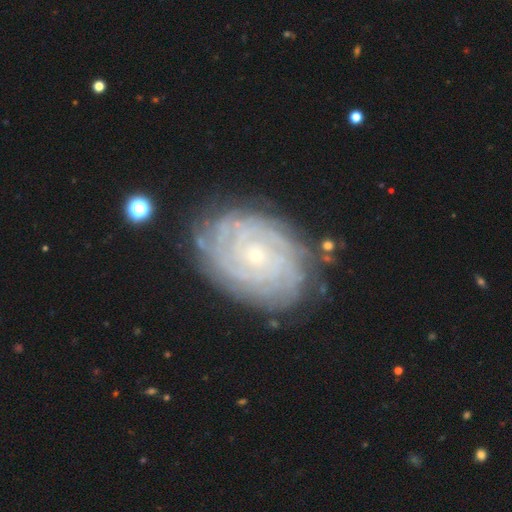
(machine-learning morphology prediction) Q: Smooth or featured?
A: featured or disk (87%); runner-up: smooth (7%)
Q: Edge-on disk?
A: no (97%); runner-up: yes (3%)
Q: Bar?
A: no (79%); runner-up: weak (16%)
Q: Spiral arms?
A: yes (97%); runner-up: no (3%)
Q: Spiral winding?
A: tight (86%); runner-up: medium (12%)
Q: Spiral arm count?
A: can't tell (30%); runner-up: 4 (21%)
Q: Bulge size?
A: small (79%); runner-up: moderate (18%)
Q: Merging?
A: none (80%); runner-up: minor disturbance (14%)